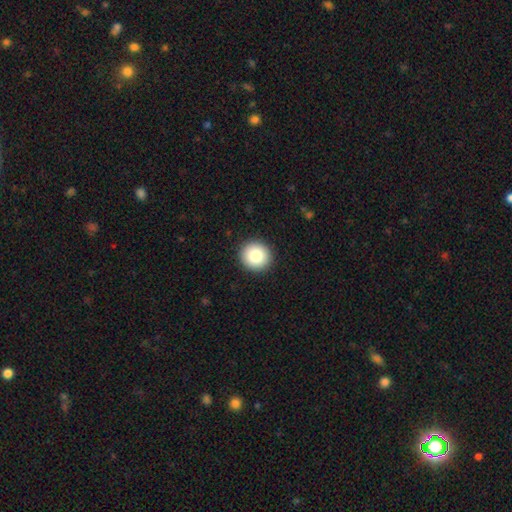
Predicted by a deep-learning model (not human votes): This appears to be a smooth galaxy with no disk features (83%) that is round (94%). Merging: none (93%).